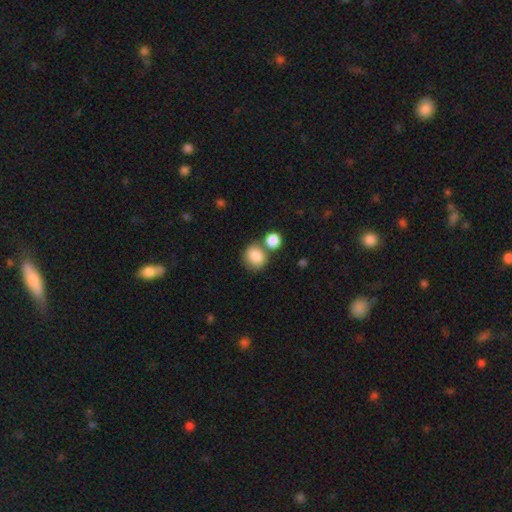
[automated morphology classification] This is clearly a smooth galaxy (86%). How rounded: likely round (72%). Merging: possibly none (54%).